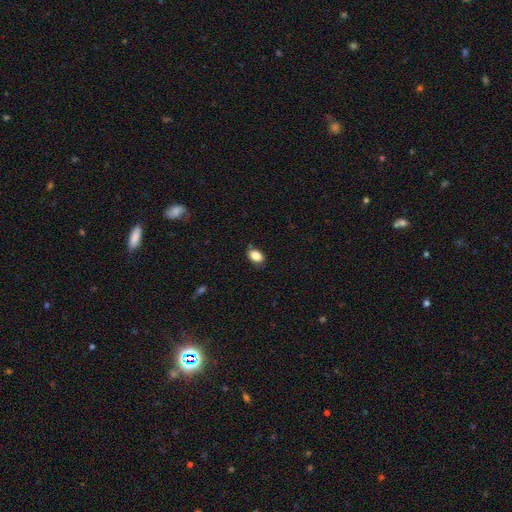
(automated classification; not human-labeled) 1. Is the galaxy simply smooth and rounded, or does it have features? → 86% smooth, 9% star or artifact, 5% featured or disk.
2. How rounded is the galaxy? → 83% in between, 15% round, 1% cigar-shaped.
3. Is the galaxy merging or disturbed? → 79% none, 15% minor disturbance, 3% major disturbance, 2% merger.